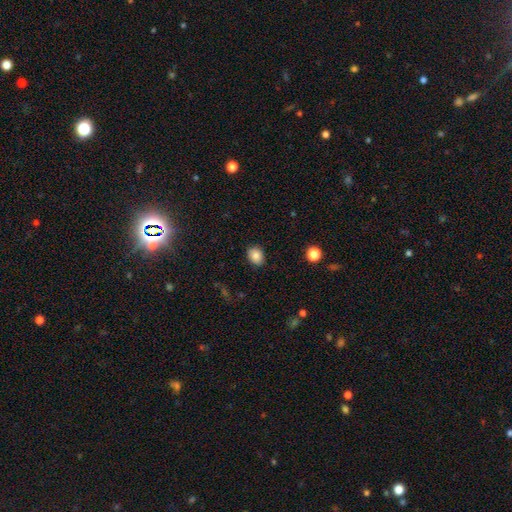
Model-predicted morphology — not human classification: This appears to be a smooth galaxy with no disk features (85%) that is in between round and cigar-shaped (54%). Merging: none (87%).